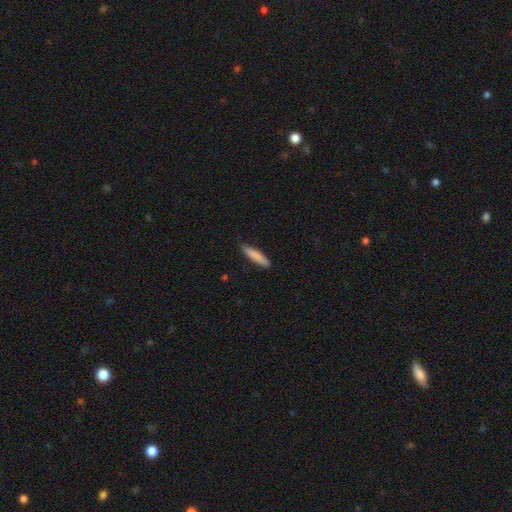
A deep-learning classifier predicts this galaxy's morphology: Q: Smooth or featured?
A: smooth (84%); runner-up: featured or disk (10%)
Q: How rounded?
A: cigar-shaped (86%); runner-up: in between (13%)
Q: Merging?
A: none (86%); runner-up: minor disturbance (11%)